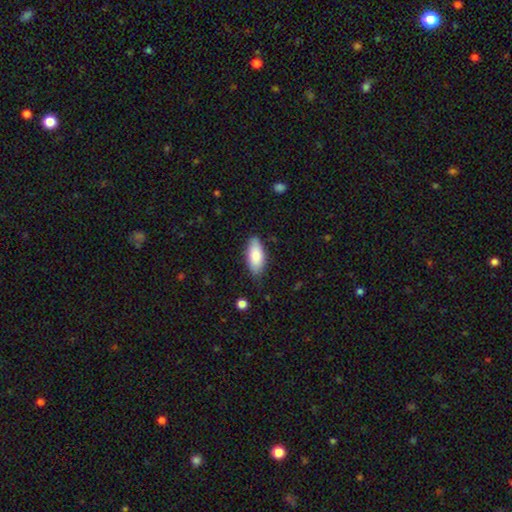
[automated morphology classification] Smooth or featured? smooth (82%)
How rounded? in between (86%)
Merging? none (78%)